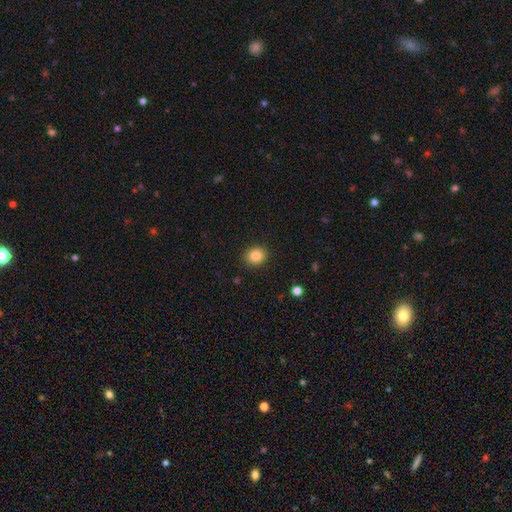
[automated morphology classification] Overall: smooth (84%). How rounded: round (81%). Merging: none (91%).